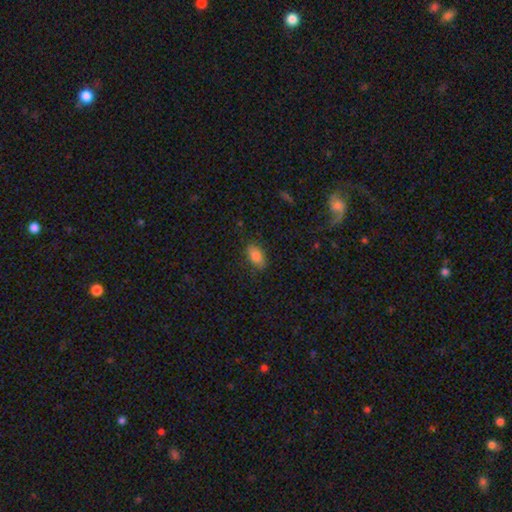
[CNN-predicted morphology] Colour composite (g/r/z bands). It shows a smooth galaxy with no disk features (85%) that is in between round and cigar-shaped (90%). Merging: none (82%).